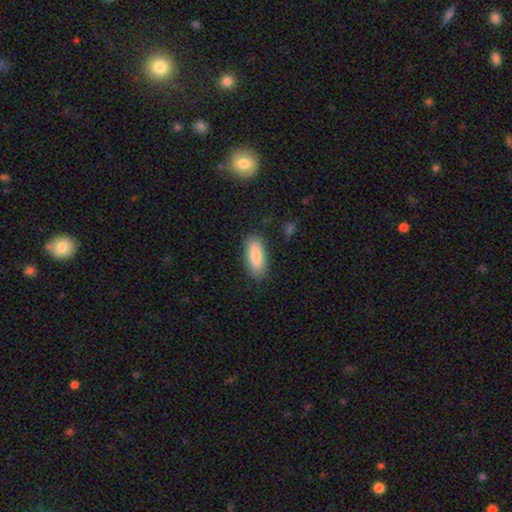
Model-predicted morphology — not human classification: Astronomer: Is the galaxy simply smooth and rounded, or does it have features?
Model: smooth — 85%.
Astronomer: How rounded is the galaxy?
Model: in between — 74%.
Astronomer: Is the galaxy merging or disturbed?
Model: none — 86%.